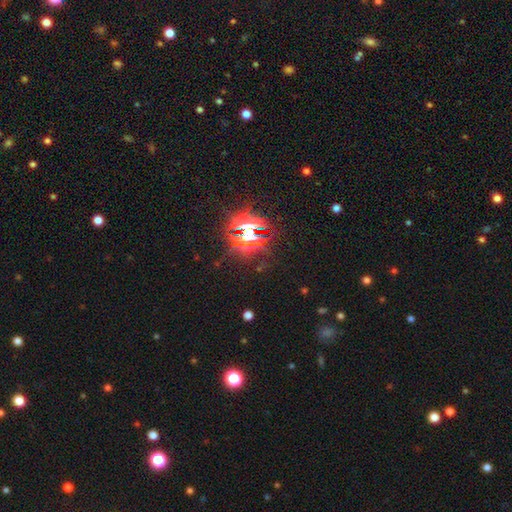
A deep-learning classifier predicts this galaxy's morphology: Smooth or featured? star or artifact (83%)